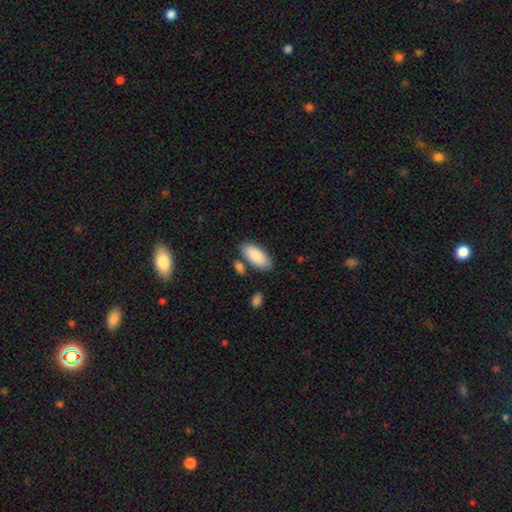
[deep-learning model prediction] Smooth or featured? smooth (86%)
How rounded? in between (88%)
Merging? none (74%)